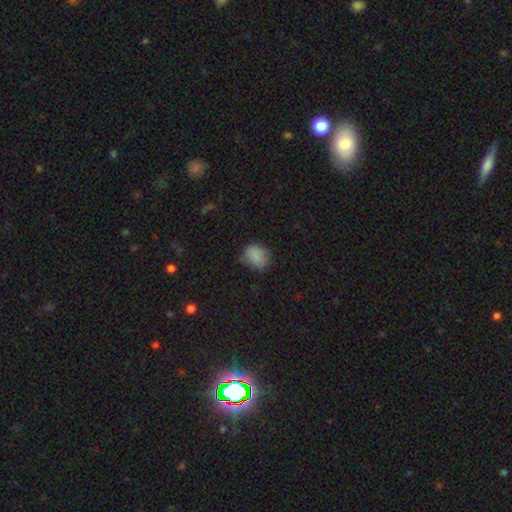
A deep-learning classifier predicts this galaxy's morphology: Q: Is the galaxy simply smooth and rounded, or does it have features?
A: smooth — 83%.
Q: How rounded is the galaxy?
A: round — 53%.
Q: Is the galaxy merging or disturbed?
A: none — 72%.